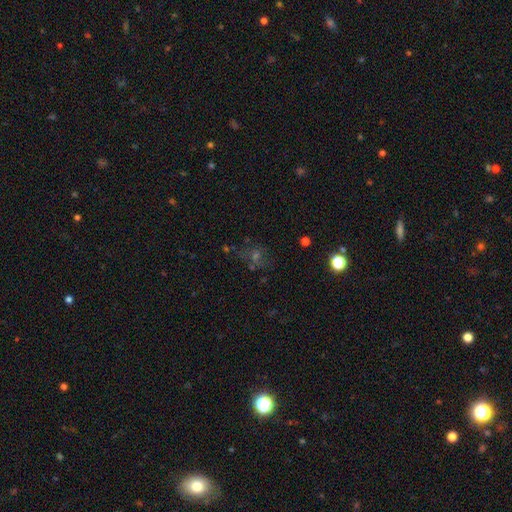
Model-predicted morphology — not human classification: Smooth or featured?
  - star or artifact: 43% *
  - smooth: 33%
  - featured or disk: 24%